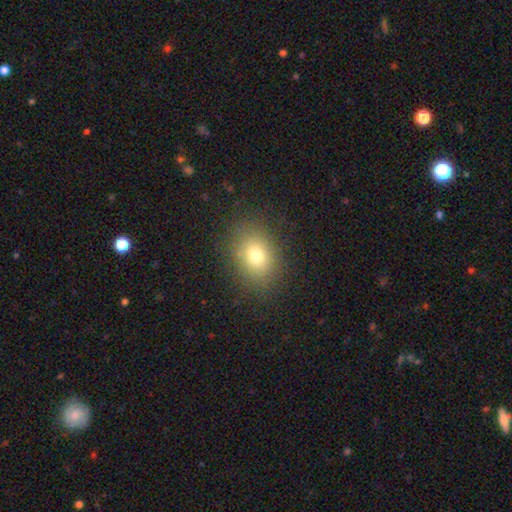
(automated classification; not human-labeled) This is likely a smooth galaxy (75%). How rounded: possibly in between (57%). Merging: clearly none (85%).